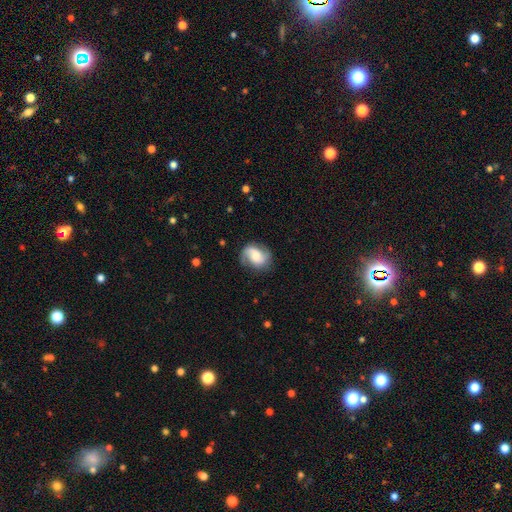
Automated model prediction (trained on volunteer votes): Smooth or featured: featured or disk — 68% (smooth — 24%)
Edge-on disk: no — 98% (yes — 2%)
Bar: no — 52% (weak — 37%)
Spiral arms: yes — 94% (no — 6%)
Spiral winding: medium — 42% (loose — 37%)
Spiral arm count: 2 — 78% (1 — 9%)
Bulge size: moderate — 39% (small — 27%)
Merging: none — 69% (minor disturbance — 20%)